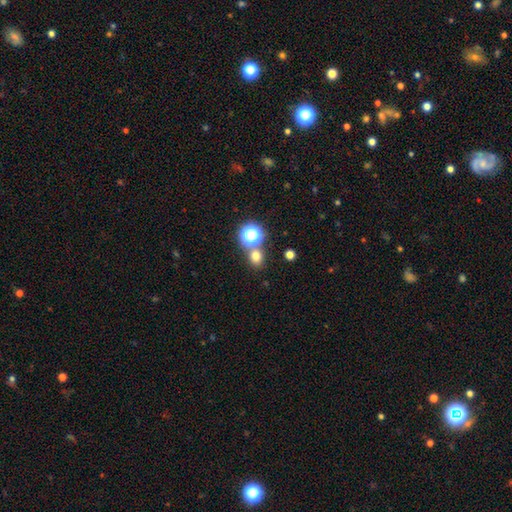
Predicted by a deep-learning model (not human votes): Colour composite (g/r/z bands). It shows a smooth galaxy with no disk features (72%) that is round (72%). Merging: none (70%).